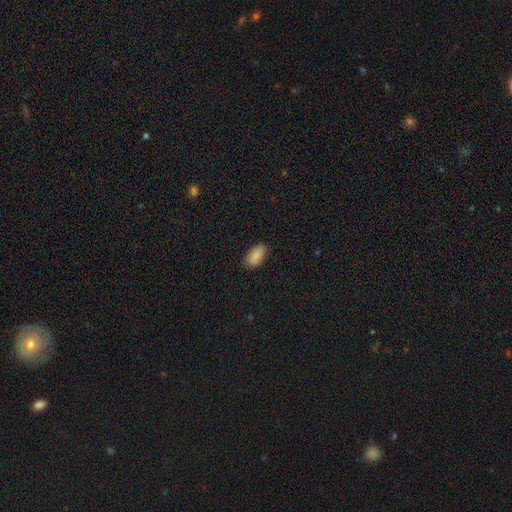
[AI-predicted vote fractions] Smooth or featured? smooth (88%)
How rounded? in between (94%)
Merging? none (84%)